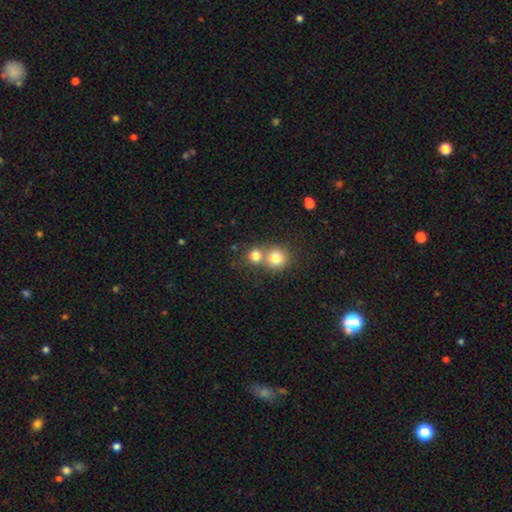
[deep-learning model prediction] smooth_or_featured: smooth (p=0.78) [alt: star or artifact p=0.12]
how_rounded: round (p=0.86) [alt: in between p=0.13]
merging: none (p=0.46) [alt: merger p=0.45]